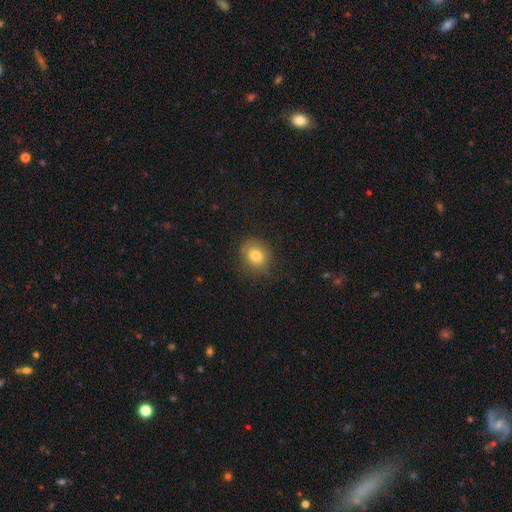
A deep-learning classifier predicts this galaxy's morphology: The model was most divided on "how rounded": round: 67%, in between: 32%, cigar-shaped: 1%. More confident: smooth or featured — smooth (80%); merging — none (76%).